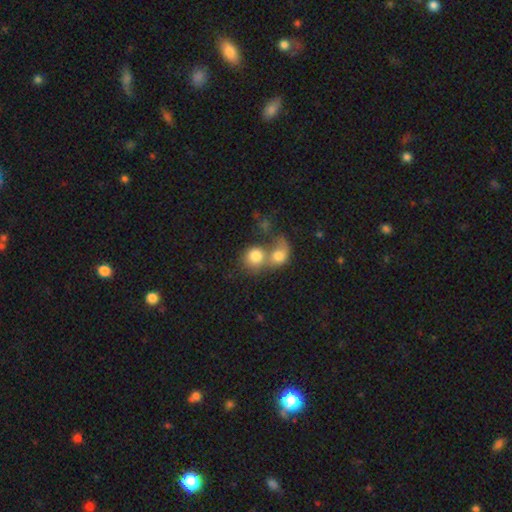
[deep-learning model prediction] Smooth or featured? smooth (77%)
How rounded? round (75%)
Merging? merger (69%)